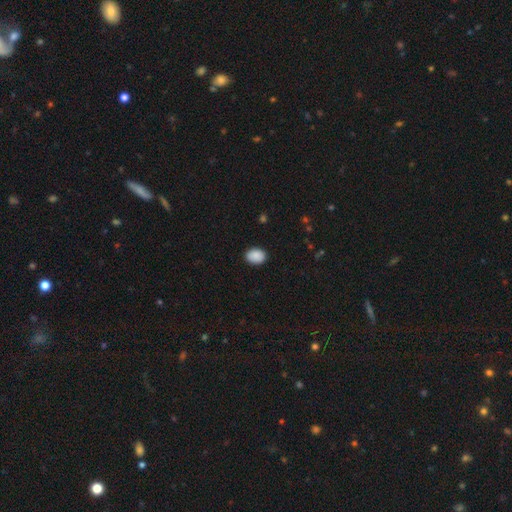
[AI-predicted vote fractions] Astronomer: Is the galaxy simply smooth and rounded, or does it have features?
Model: smooth — 90%.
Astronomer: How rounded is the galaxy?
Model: in between — 68%.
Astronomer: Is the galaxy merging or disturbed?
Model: none — 88%.